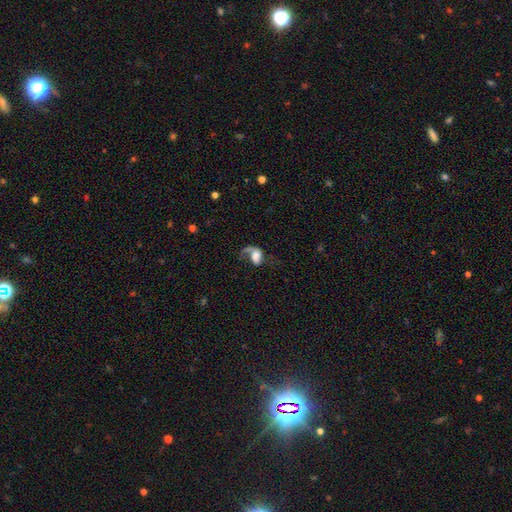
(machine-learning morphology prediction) smooth-or-featured: featured or disk: 50% | smooth: 40% | star or artifact: 9%
  disk-edge-on: no: 96% | yes: 4%
  merging: major disturbance: 48% | none: 29% | minor disturbance: 17% | merger: 6%